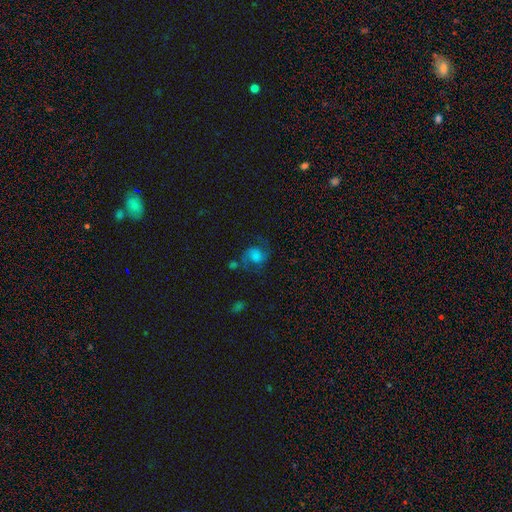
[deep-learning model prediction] This is possibly a featured or disk galaxy (57%). It is clearly not viewed edge-on (98%). Bar: likely no (65%). Spiral arm pattern: clearly yes (91%). Spiral arm count: clearly 2 (89%). Spiral winding: marginally loose (45%). Central bulge: marginally large (29%, tied with none). Merging: possibly none (59%).